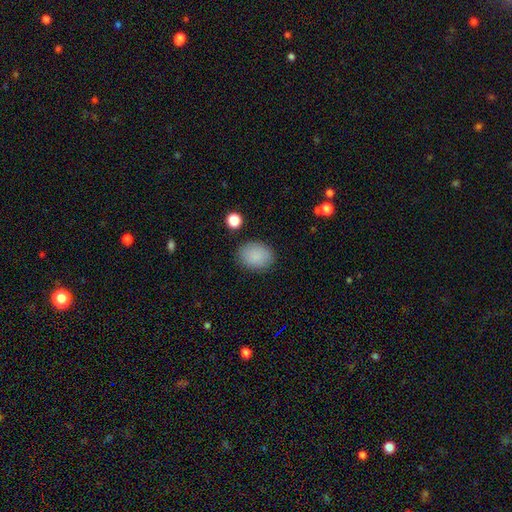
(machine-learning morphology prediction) The model was most divided on "how rounded": in between: 55%, round: 44%, cigar-shaped: 1%. More confident: smooth or featured — smooth (88%); merging — none (86%).